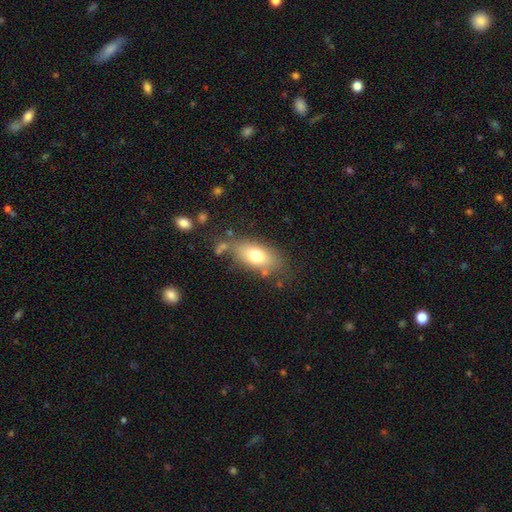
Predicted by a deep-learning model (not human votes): Smooth or featured? smooth (73%)
How rounded? in between (87%)
Merging? none (69%)